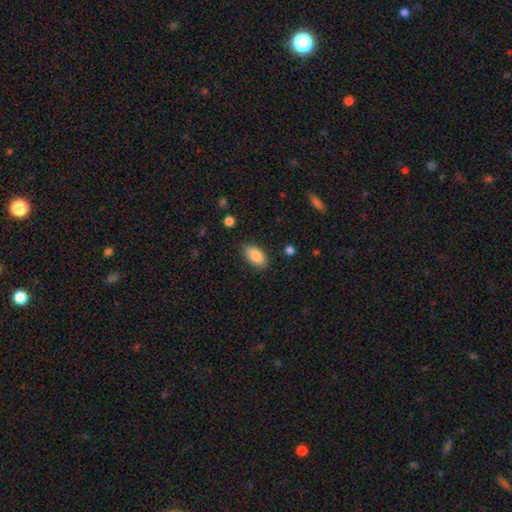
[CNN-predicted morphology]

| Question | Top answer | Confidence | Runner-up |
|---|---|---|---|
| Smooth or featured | smooth | 85% | featured or disk (7%) |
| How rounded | in between | 92% | round (4%) |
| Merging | none | 83% | minor disturbance (13%) |